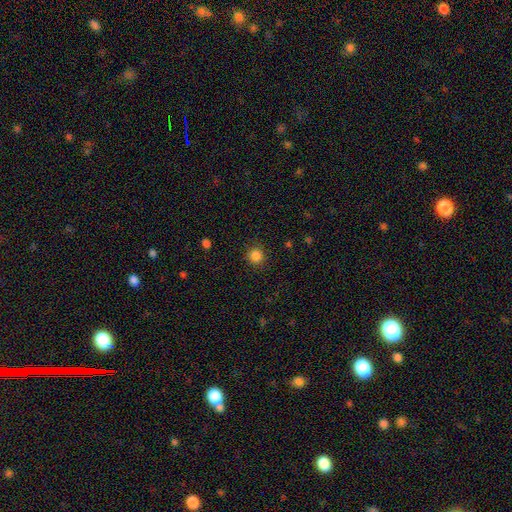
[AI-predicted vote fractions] Smooth or featured: smooth — 84% (star or artifact — 12%)
How rounded: round — 92% (in between — 7%)
Merging: none — 89% (minor disturbance — 8%)